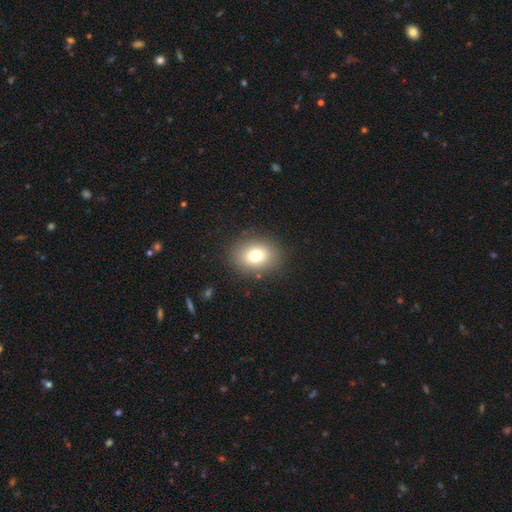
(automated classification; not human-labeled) The model was most divided on "how rounded": in between: 55%, round: 44%, cigar-shaped: 1%. More confident: merging — none (87%); smooth or featured — smooth (76%).